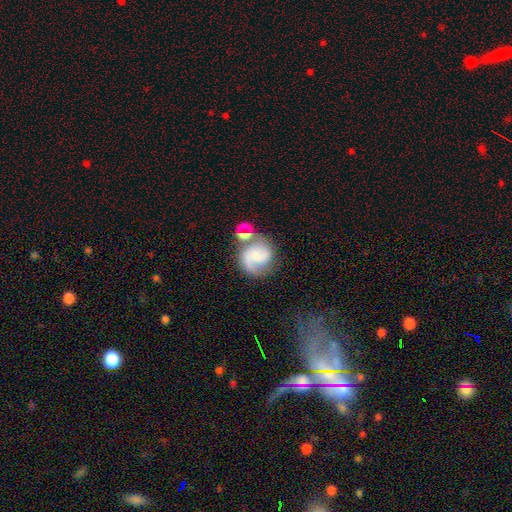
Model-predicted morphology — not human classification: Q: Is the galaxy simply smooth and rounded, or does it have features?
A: featured or disk — 71%.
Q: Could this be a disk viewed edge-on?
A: no — 98%.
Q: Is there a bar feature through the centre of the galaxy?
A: no — 54%.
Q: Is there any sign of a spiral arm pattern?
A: yes — 94%.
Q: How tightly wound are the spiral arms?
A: medium — 50%.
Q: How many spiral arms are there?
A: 2 — 77%.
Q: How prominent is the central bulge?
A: small — 52%.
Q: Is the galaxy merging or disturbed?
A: none — 56%.